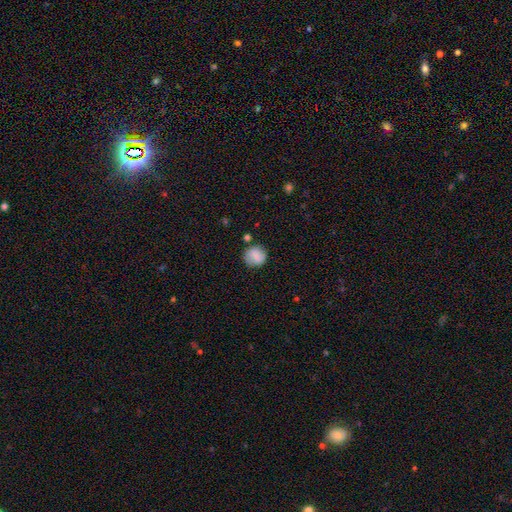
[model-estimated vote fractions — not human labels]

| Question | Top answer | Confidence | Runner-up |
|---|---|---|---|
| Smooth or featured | smooth | 72% | featured or disk (20%) |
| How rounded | round | 87% | in between (12%) |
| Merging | none | 76% | minor disturbance (15%) |